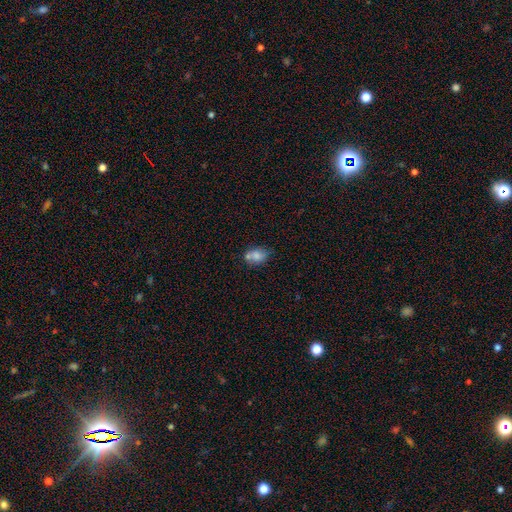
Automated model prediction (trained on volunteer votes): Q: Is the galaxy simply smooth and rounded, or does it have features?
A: smooth — 75%.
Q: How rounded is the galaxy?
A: in between — 64%.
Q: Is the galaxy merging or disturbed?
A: none — 48%.